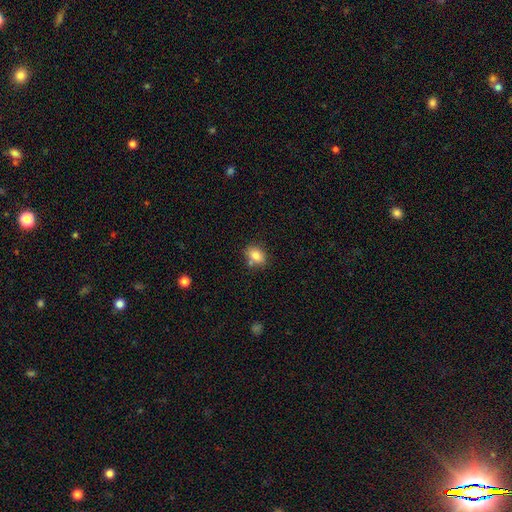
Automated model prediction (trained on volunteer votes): The model was most divided on "how rounded": in between: 68%, round: 30%, cigar-shaped: 1%. More confident: smooth or featured — smooth (82%); merging — none (71%).